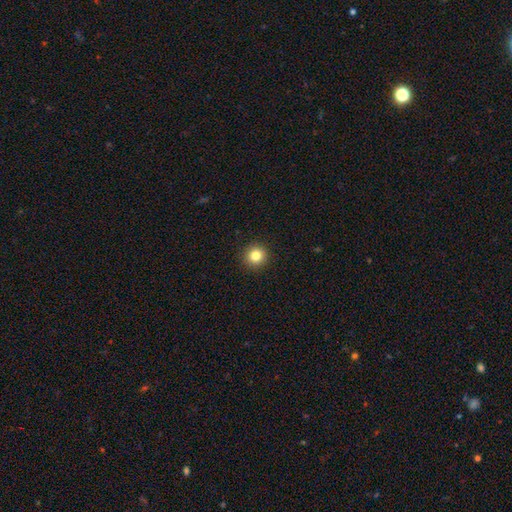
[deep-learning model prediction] Smooth or featured? smooth (83%)
How rounded? round (95%)
Merging? none (93%)